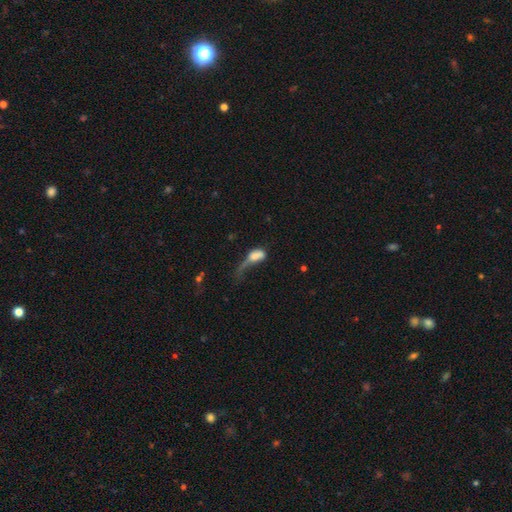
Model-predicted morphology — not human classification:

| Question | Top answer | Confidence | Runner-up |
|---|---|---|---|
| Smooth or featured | smooth | 63% | featured or disk (27%) |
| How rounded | in between | 78% | round (11%) |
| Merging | major disturbance | 64% | minor disturbance (16%) |